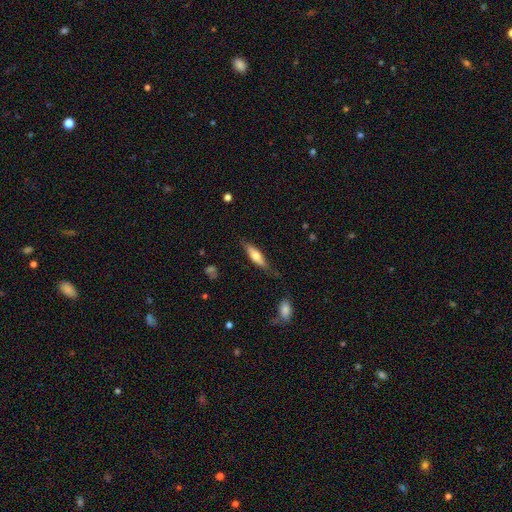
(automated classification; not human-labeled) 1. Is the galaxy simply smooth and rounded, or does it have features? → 52% smooth, 42% featured or disk, 6% star or artifact.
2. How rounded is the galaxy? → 65% cigar-shaped, 33% in between, 2% round.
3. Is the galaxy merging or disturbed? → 76% none, 18% minor disturbance, 4% major disturbance, 2% merger.